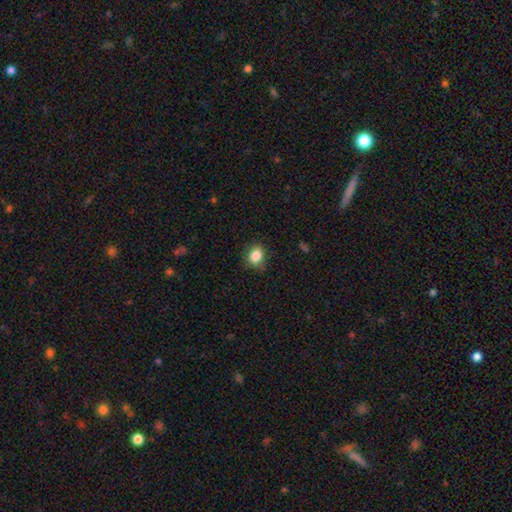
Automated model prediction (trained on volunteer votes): Smooth or featured: smooth — 85% (star or artifact — 10%)
How rounded: round — 50% (in between — 49%)
Merging: none — 82% (minor disturbance — 14%)